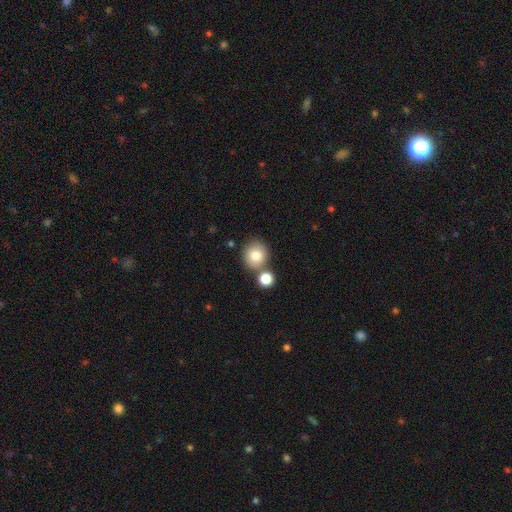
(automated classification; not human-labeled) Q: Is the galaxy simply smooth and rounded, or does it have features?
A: smooth — 81%.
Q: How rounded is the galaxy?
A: round — 85%.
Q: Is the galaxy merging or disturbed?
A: none — 68%.